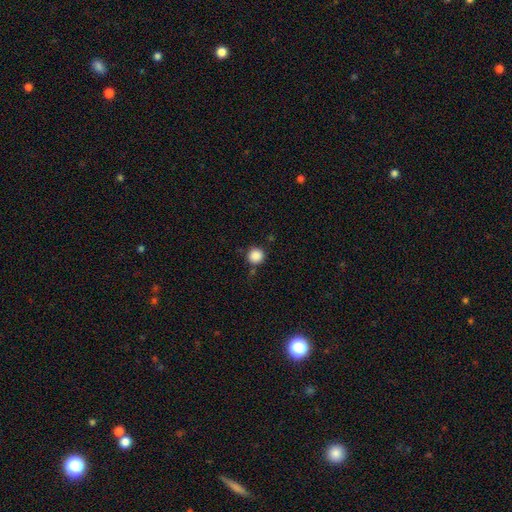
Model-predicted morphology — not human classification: Smooth or featured? Predicted: smooth (p=0.87). How rounded? Predicted: round (p=0.96). Merging? Predicted: none (p=0.83).